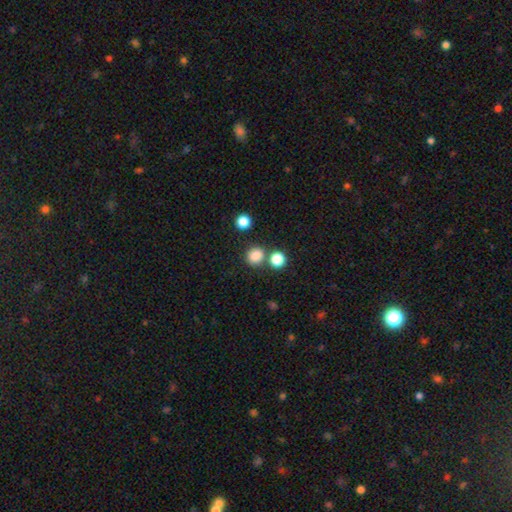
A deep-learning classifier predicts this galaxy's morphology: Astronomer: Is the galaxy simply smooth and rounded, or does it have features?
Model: smooth — 83%.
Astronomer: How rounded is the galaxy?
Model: round — 83%.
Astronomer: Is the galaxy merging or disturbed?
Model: none — 75%.